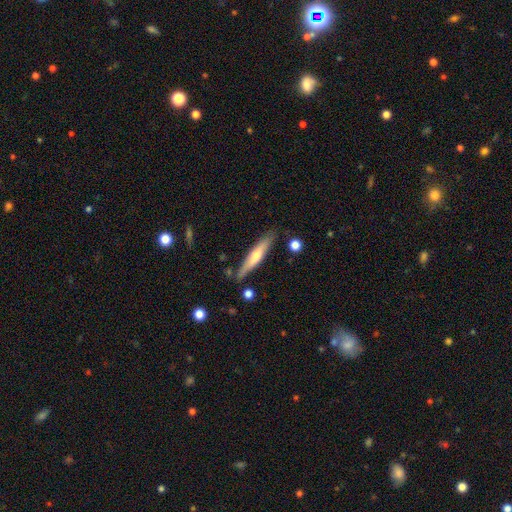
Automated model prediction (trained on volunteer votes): A featured or disk galaxy (47%, tied with smooth). Merging: none (82%).